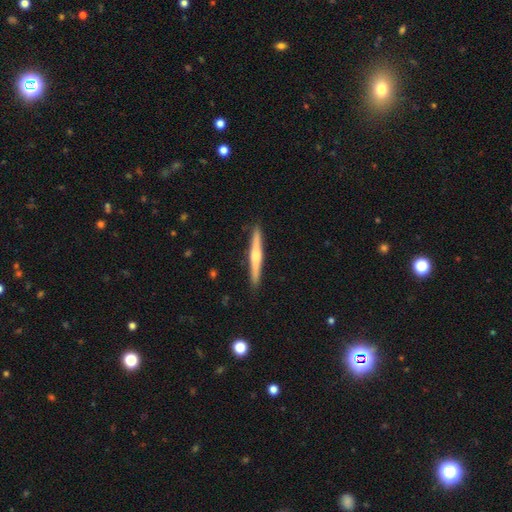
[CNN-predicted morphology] smooth_or_featured: featured or disk (p=0.58) [alt: smooth p=0.37]
disk_edge_on: yes (p=0.98) [alt: no p=0.02]
edge_on_bulge: rounded (p=0.76) [alt: none p=0.14]
merging: none (p=0.91) [alt: minor disturbance p=0.07]